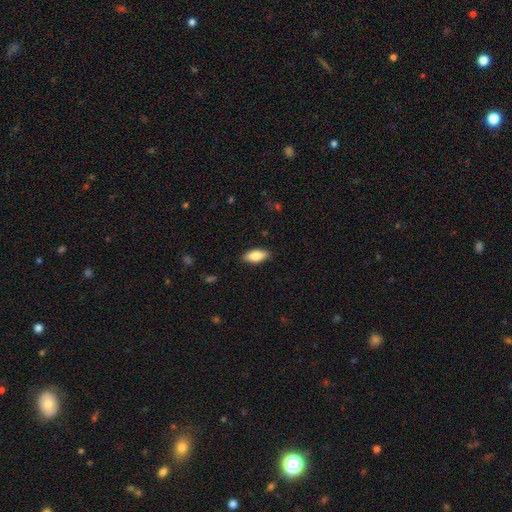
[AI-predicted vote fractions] Smooth or featured? smooth (81%)
How rounded? in between (83%)
Merging? none (87%)